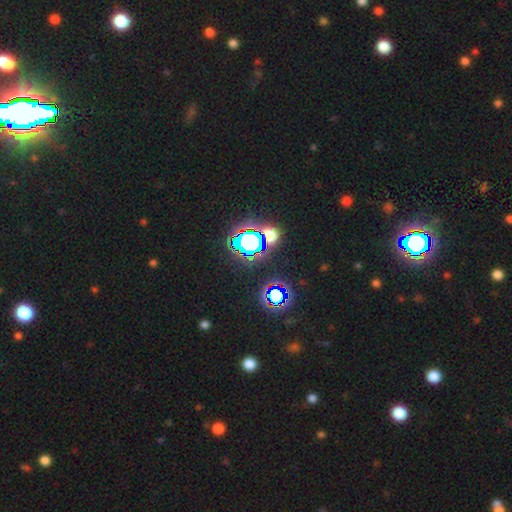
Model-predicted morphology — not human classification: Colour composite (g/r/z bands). It shows a star or artifact, not a galaxy (78%).